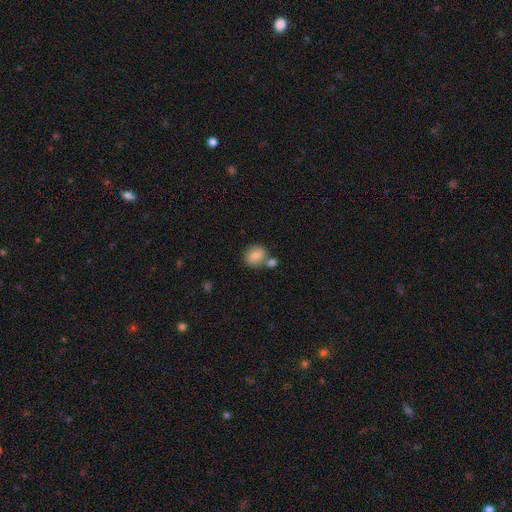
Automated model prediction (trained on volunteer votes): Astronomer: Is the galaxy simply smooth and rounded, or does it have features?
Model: smooth — 82%.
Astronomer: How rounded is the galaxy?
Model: round — 66%.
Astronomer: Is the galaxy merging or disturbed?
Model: none — 60%.